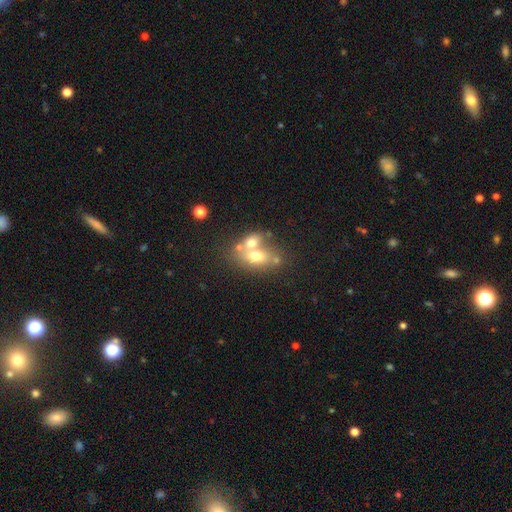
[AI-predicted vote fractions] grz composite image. It shows a smooth galaxy with no disk features (63%) that is in between round and cigar-shaped (68%). Merging: merger (54%).